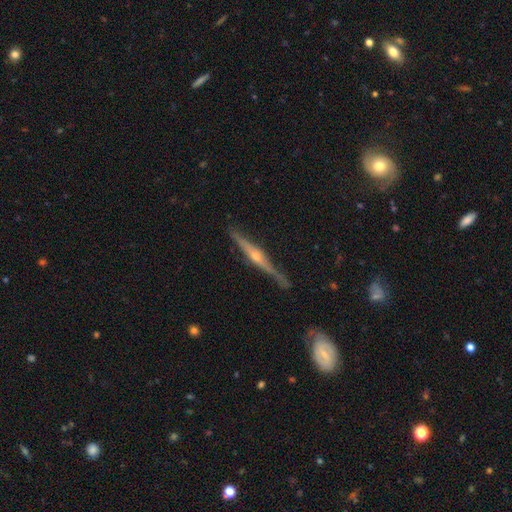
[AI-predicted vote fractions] smooth_or_featured: featured or disk (p=0.86) [alt: smooth p=0.09]
disk_edge_on: yes (p=0.98) [alt: no p=0.02]
edge_on_bulge: rounded (p=0.89) [alt: none p=0.06]
merging: none (p=0.86) [alt: minor disturbance p=0.10]